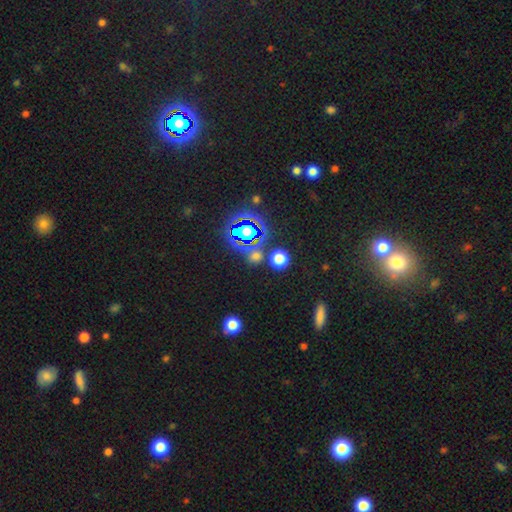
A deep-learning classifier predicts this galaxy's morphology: This appears to be a smooth galaxy with no disk features (53%) that is round (83%). Merging: none (78%).